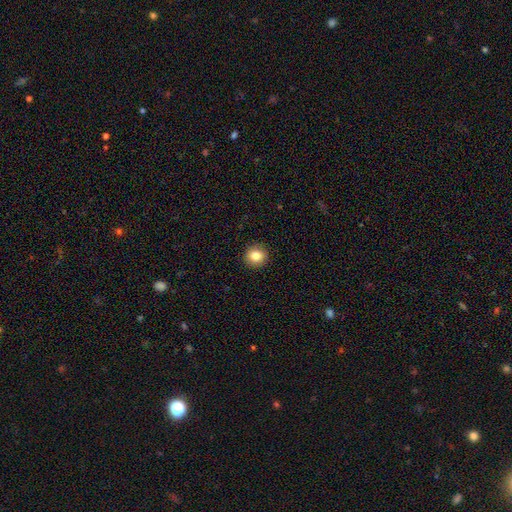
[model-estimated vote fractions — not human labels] A smooth galaxy with no disk features (83%) that is round (91%).

Vote fractions:
- Smooth or featured? smooth: 83% / star or artifact: 9% / featured or disk: 7%
- How rounded? round: 91% / in between: 8% / cigar-shaped: 1%
- Merging? none: 92% / minor disturbance: 5% / major disturbance: 2% / merger: 1%